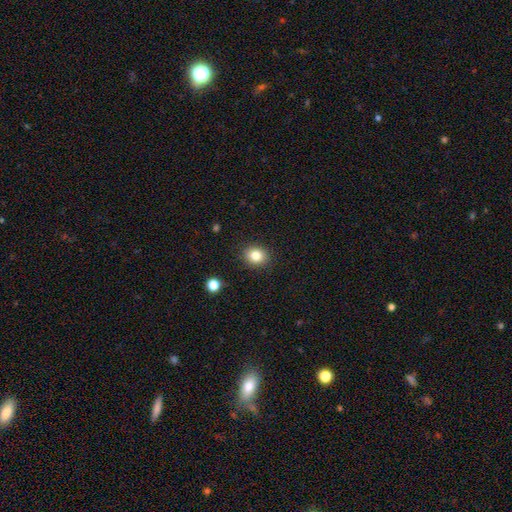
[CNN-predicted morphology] Overall: smooth (82%). How rounded: round (65%; in between 34%). Merging: none (89%).